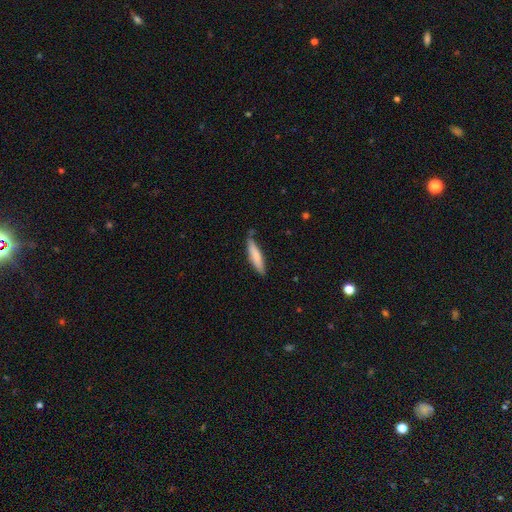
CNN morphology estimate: A smooth galaxy with no disk features (77%) that is cigar-shaped (82%).

Vote fractions:
- Smooth or featured? smooth: 77% / featured or disk: 18% / star or artifact: 5%
- How rounded? cigar-shaped: 82% / in between: 17% / round: 1%
- Merging? none: 76% / minor disturbance: 19% / merger: 3% / major disturbance: 3%